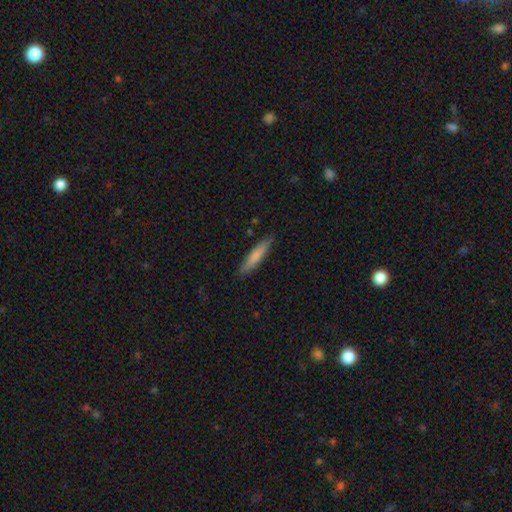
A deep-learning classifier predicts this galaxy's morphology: Smooth or featured? smooth (77%)
How rounded? cigar-shaped (87%)
Merging? none (87%)